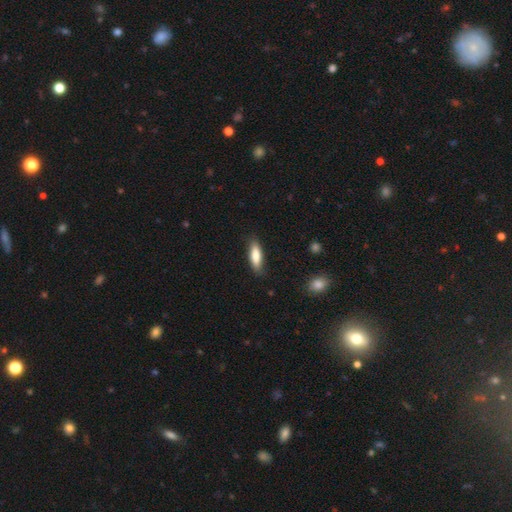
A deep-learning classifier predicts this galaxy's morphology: Overall: smooth (81%). How rounded: cigar-shaped (50%; in between 48%). Merging: none (83%).